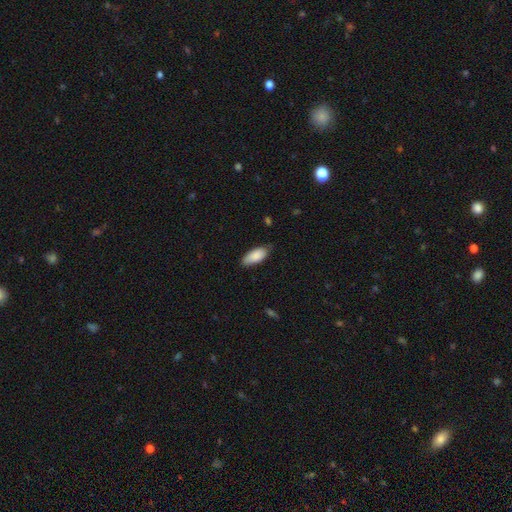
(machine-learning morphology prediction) smooth 87%, featured or disk 7%, star or artifact 6%. Down the decision tree: how rounded — in between (87%); merging — none (76%).